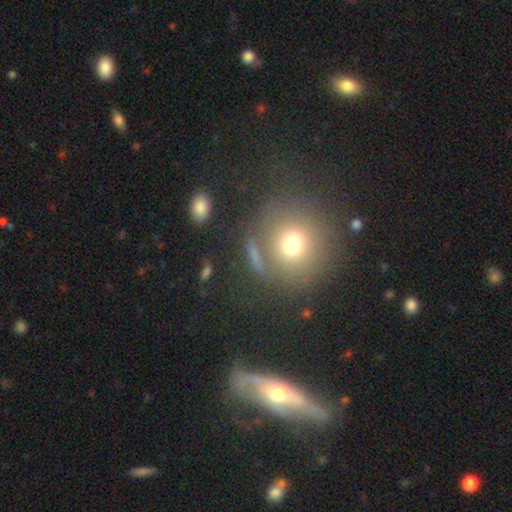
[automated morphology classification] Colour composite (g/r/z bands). It shows a smooth galaxy with no disk features (62%) that is round (82%). Merging: none (71%).